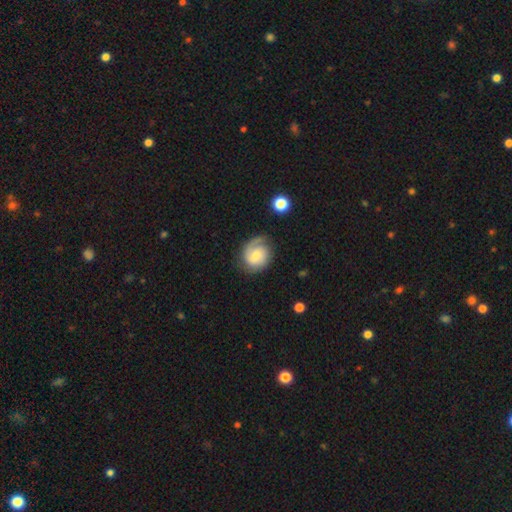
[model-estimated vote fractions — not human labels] The model was most divided on "bulge size": moderate: 48%, small: 43%, large: 5%, none: 3%, dominant: 1%. Remaining: edge-on disk — no (98%); spiral arms — yes (93%); merging — none (70%); smooth or featured — featured or disk (67%); bar — no (55%); spiral arm count — 2 (48%); spiral winding — tight (46%).